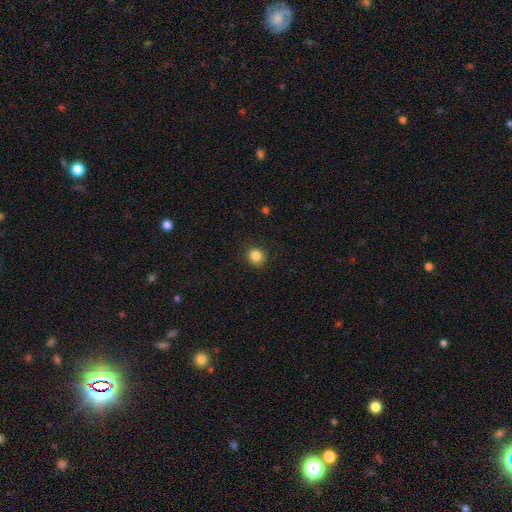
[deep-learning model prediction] A smooth galaxy with no disk features (85%) that is round (88%). Merging: none (89%).